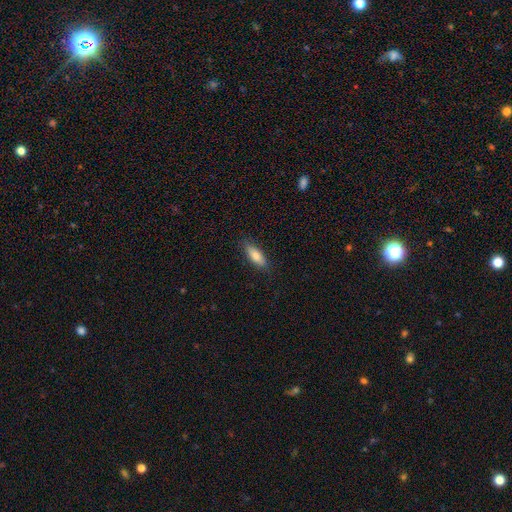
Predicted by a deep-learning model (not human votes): Morphology: type=smooth (80%); roundness=in between (66%); merging=none (84%).